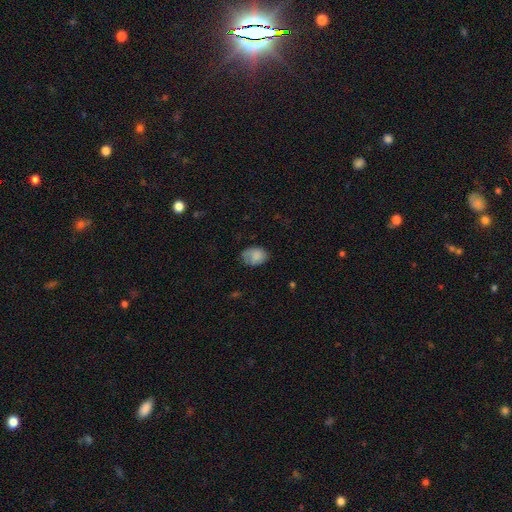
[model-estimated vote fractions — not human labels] A smooth galaxy with no disk features (82%) that is in between round and cigar-shaped (69%).

Vote fractions:
- Smooth or featured? smooth: 82% / featured or disk: 10% / star or artifact: 8%
- How rounded? in between: 69% / round: 30% / cigar-shaped: 1%
- Merging? none: 62% / minor disturbance: 28% / major disturbance: 8% / merger: 1%